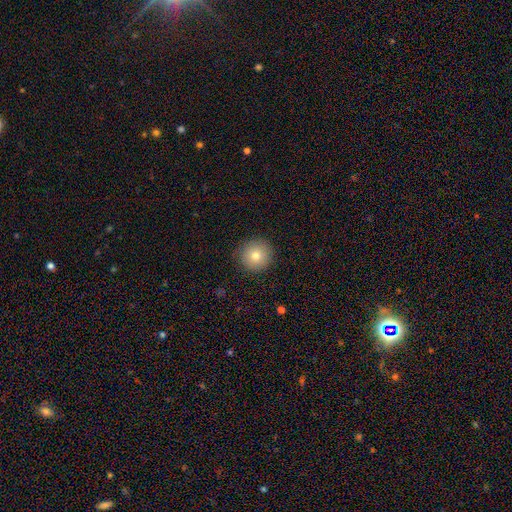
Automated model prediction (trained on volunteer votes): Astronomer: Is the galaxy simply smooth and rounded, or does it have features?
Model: smooth — 78%.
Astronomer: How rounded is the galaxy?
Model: round — 95%.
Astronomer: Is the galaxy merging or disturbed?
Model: none — 89%.